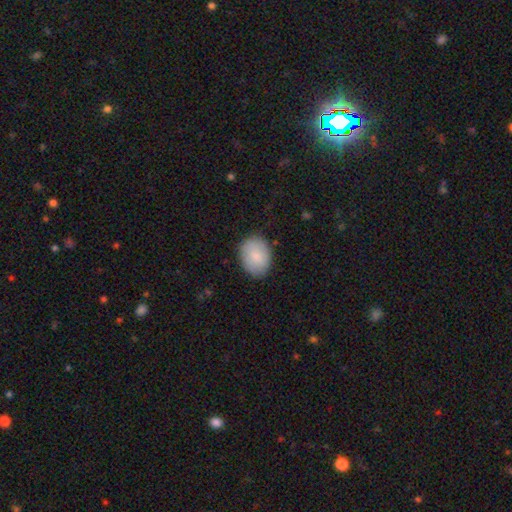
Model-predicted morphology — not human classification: A smooth galaxy with no disk features (85%) that is in between round and cigar-shaped (72%).

Vote fractions:
- Smooth or featured? smooth: 85% / featured or disk: 9% / star or artifact: 6%
- How rounded? in between: 72% / round: 27% / cigar-shaped: 1%
- Merging? none: 83% / minor disturbance: 13% / major disturbance: 3% / merger: 1%